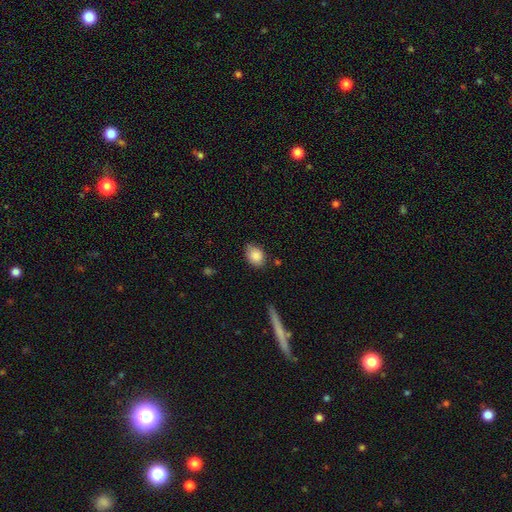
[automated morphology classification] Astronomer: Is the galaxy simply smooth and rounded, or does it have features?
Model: smooth — 86%.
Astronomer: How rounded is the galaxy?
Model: in between — 60% (runner-up: round, 39%).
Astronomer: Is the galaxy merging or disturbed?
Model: none — 72%.